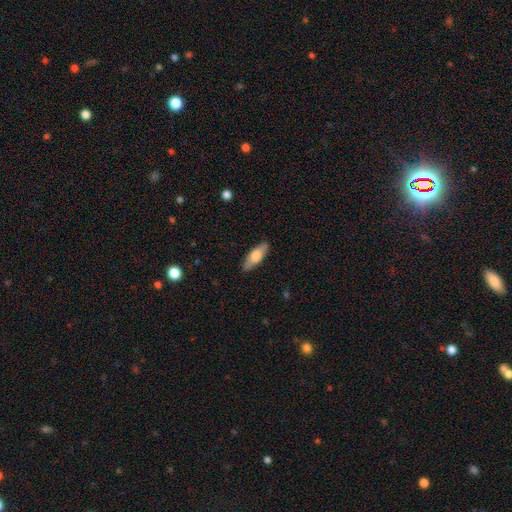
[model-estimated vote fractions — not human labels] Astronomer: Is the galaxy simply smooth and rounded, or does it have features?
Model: smooth — 68%.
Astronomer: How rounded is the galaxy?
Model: in between — 66%.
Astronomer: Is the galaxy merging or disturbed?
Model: none — 87%.